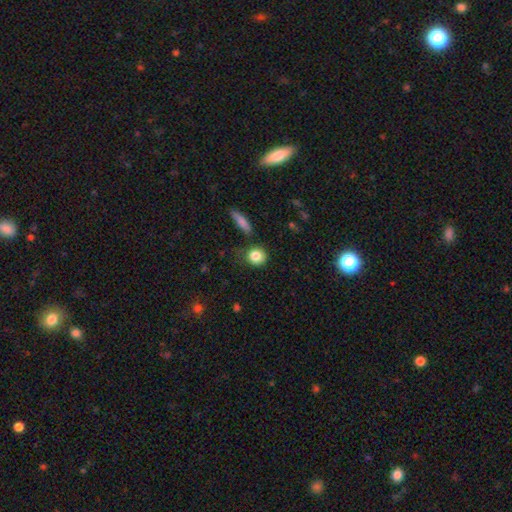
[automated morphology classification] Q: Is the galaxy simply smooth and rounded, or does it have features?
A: smooth — 84%.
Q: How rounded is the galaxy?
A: round — 81%.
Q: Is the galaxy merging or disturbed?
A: none — 76%.